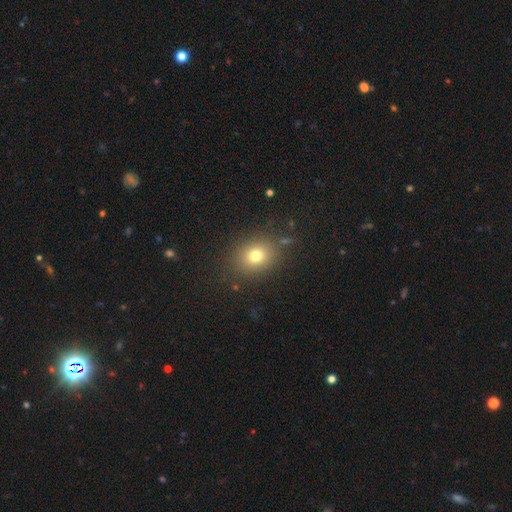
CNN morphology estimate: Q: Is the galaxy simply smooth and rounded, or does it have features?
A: smooth — 76%.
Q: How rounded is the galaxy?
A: round — 58%.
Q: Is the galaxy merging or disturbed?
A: none — 84%.